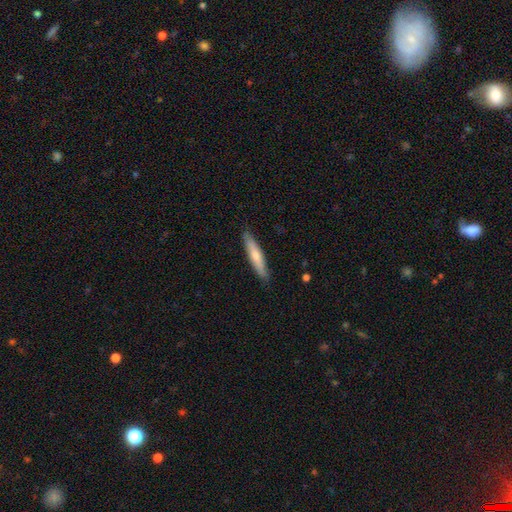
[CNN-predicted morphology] Smooth or featured? smooth (65%)
How rounded? cigar-shaped (90%)
Merging? none (88%)